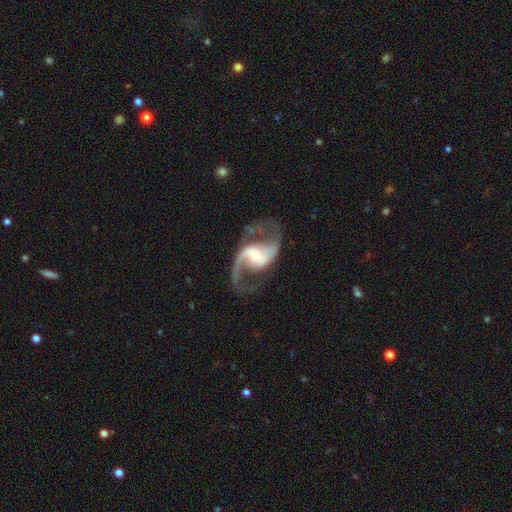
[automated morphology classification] The model was most divided on "bulge size": small: 49%, moderate: 44%, large: 4%, none: 1%, dominant: 1%. Remaining: edge-on disk — no (98%); spiral arms — yes (97%); spiral arm count — 2 (93%); smooth or featured — featured or disk (92%); merging — none (75%); spiral winding — loose (62%); bar — weak (39%).